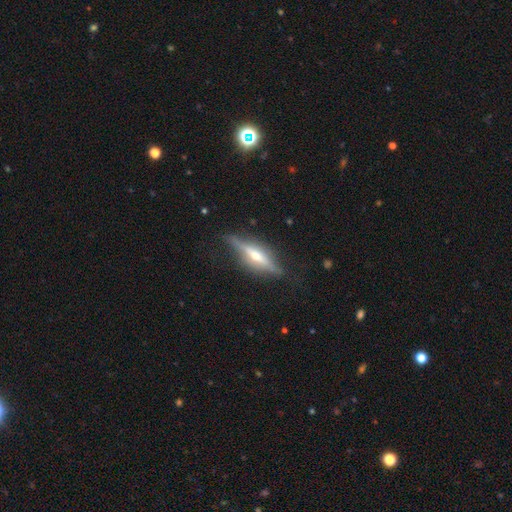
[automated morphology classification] smooth_or_featured: featured or disk (p=0.76) [alt: smooth p=0.18]
disk_edge_on: yes (p=0.94) [alt: no p=0.06]
edge_on_bulge: rounded (p=0.85) [alt: boxy p=0.10]
merging: none (p=0.80) [alt: minor disturbance p=0.15]